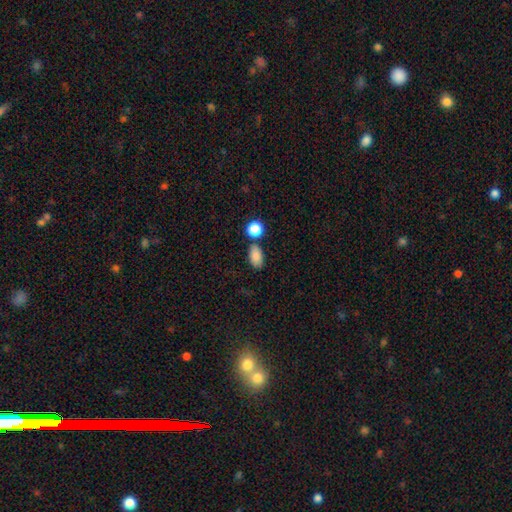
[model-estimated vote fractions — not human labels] A smooth galaxy with no disk features (86%) that is in between round and cigar-shaped (90%).

Vote fractions:
- Smooth or featured? smooth: 86% / star or artifact: 9% / featured or disk: 5%
- How rounded? in between: 90% / round: 8% / cigar-shaped: 2%
- Merging? none: 73% / minor disturbance: 13% / merger: 10% / major disturbance: 3%